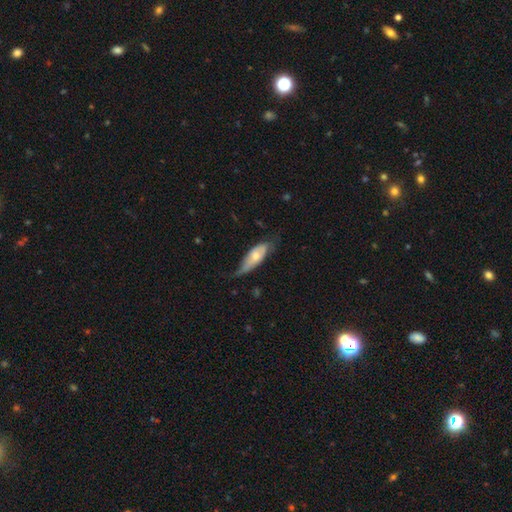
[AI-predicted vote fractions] smooth-or-featured: smooth: 52% | featured or disk: 43% | star or artifact: 6%
  how-rounded: in between: 72% | cigar-shaped: 26% | round: 2%
  merging: none: 40% (tied) | minor disturbance: 40% (tied) | major disturbance: 17% | merger: 2%